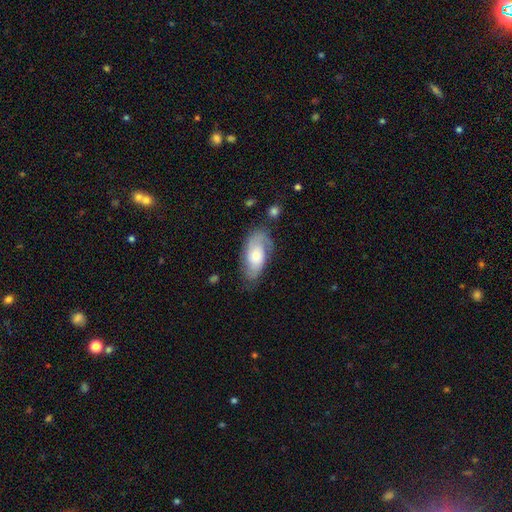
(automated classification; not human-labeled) Smooth or featured? featured or disk (66%)
Edge-on disk? no (93%)
Bar? no (72%)
Spiral arms? yes (89%)
Spiral winding? tight (46%)
Spiral arm count? 2 (58%)
Bulge size? moderate (50%)
Merging? none (68%)